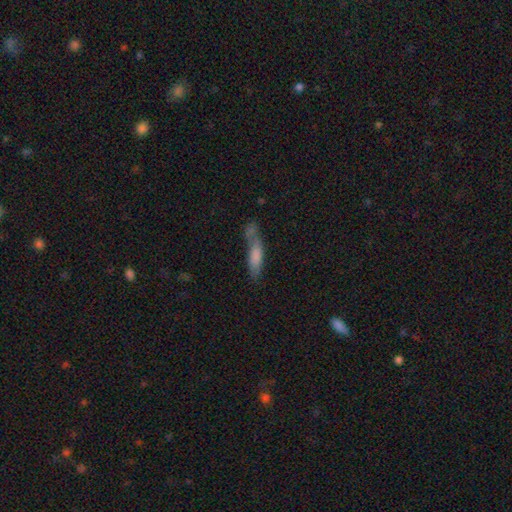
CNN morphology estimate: Smooth or featured?
  - smooth: 73% *
  - featured or disk: 19%
  - star or artifact: 8%
How rounded?
  - cigar-shaped: 64% *
  - in between: 33%
  - round: 2%
Merging?
  - none: 37% *
  - merger: 26%
  - minor disturbance: 22%
  - major disturbance: 15%